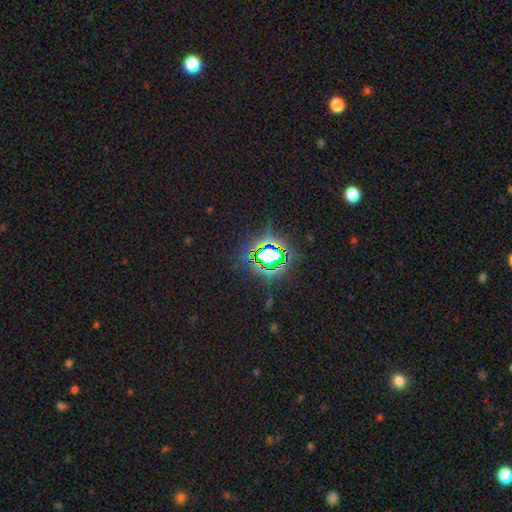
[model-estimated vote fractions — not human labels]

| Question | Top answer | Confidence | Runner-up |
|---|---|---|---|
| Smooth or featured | star or artifact | 75% | smooth (16%) |